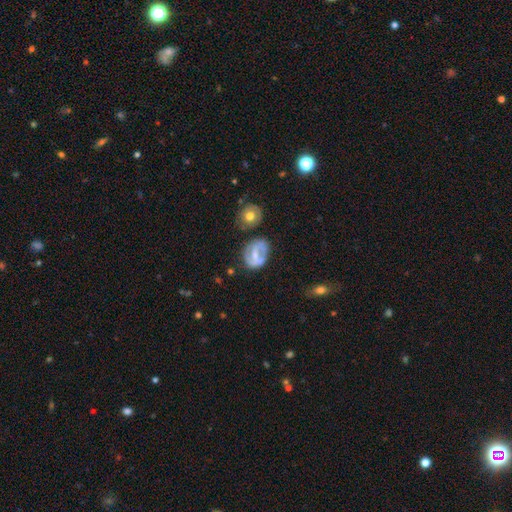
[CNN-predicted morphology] Overall: featured or disk (65%; smooth 28%). Edge-on disk: no (96%). Bar: weak (42%; strong 35%). Spiral arms: yes (64%; no 36%). Bulge size: small (44%; moderate 43%). Merging: none (60%; minor disturbance 22%).